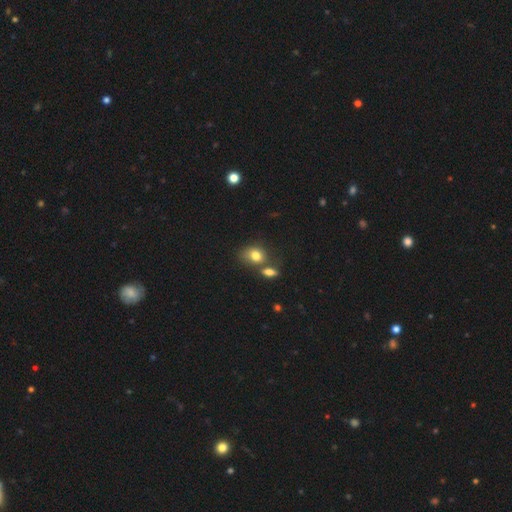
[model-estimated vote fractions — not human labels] This is likely a smooth galaxy (79%). How rounded: possibly in between (53%). Merging: possibly none (48%).